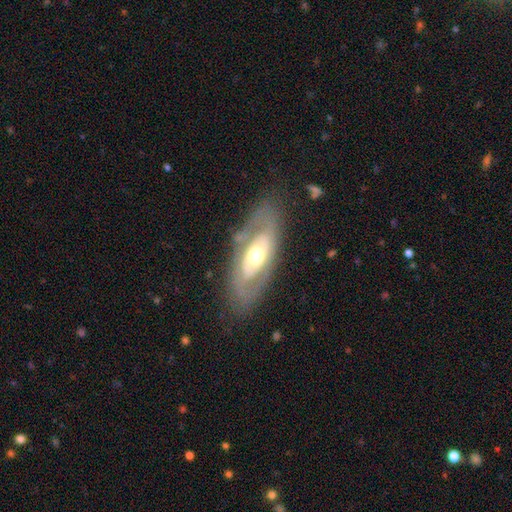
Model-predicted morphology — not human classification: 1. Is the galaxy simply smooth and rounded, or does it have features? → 69% featured or disk, 25% smooth, 5% star or artifact.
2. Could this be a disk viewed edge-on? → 86% no, 14% yes.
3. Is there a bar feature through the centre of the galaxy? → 74% no, 17% weak, 9% strong.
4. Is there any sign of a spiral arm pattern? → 62% no, 38% yes.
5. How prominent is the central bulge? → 67% moderate, 16% large, 14% small, 2% dominant, 1% none.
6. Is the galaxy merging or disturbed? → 75% none, 15% minor disturbance, 8% major disturbance, 2% merger.